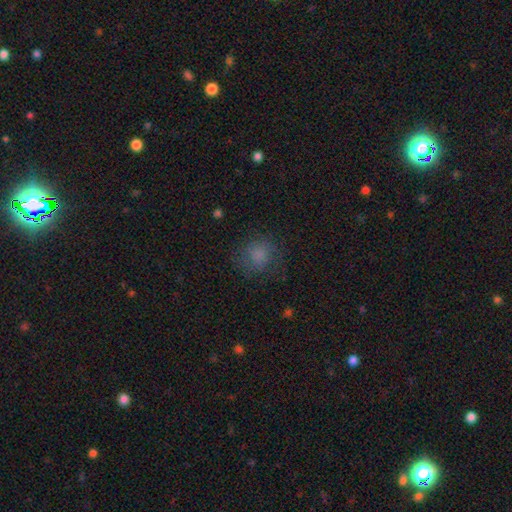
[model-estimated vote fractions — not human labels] smooth_or_featured: smooth (p=0.74) [alt: star or artifact p=0.15]
how_rounded: round (p=0.83) [alt: in between p=0.16]
merging: none (p=0.75) [alt: minor disturbance p=0.15]